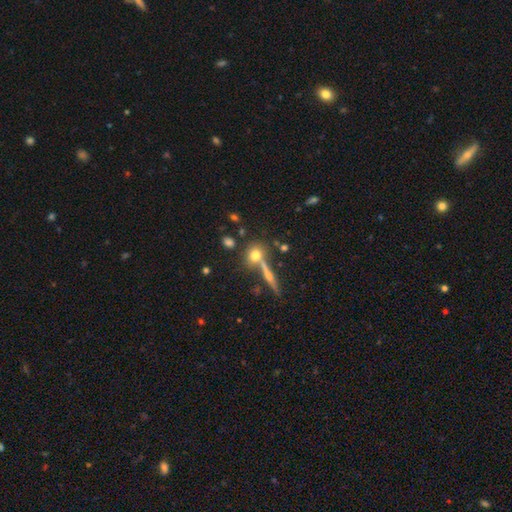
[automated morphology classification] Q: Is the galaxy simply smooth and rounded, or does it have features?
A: smooth — 69%.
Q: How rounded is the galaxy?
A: round — 72%.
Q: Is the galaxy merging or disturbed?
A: none — 62%.